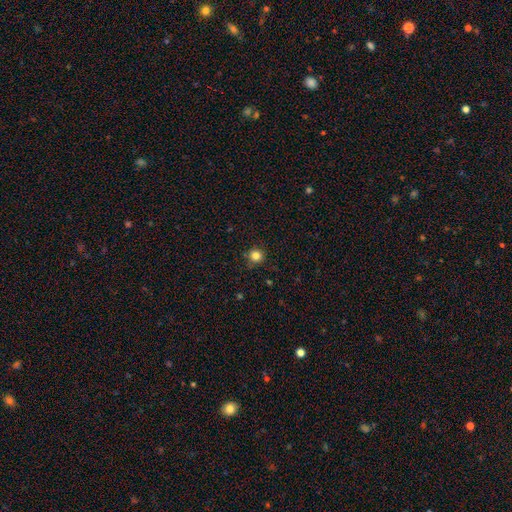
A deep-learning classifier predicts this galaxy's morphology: A smooth galaxy with no disk features (83%) that is round (93%).

Vote fractions:
- Smooth or featured? smooth: 83% / star or artifact: 13% / featured or disk: 5%
- How rounded? round: 93% / in between: 6% / cigar-shaped: 1%
- Merging? none: 86% / minor disturbance: 10% / major disturbance: 2% / merger: 1%